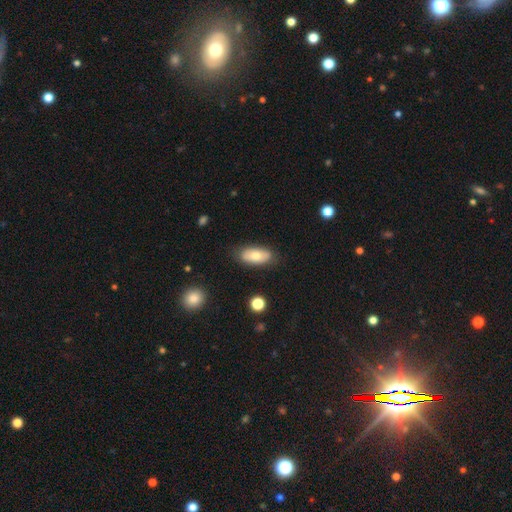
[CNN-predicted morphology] Overall: smooth (70%). How rounded: in between (89%). Merging: none (82%).